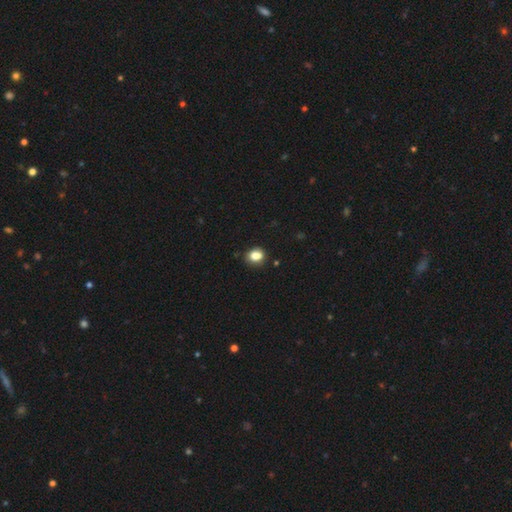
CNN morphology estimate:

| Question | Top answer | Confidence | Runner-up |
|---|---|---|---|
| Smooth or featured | smooth | 83% | star or artifact (11%) |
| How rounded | round | 52% | in between (47%) |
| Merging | none | 75% | minor disturbance (17%) |